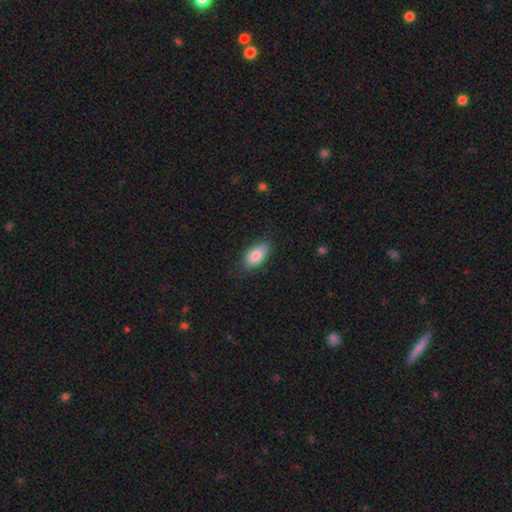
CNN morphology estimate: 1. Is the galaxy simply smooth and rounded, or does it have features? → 84% smooth, 10% featured or disk, 7% star or artifact.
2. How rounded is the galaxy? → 91% in between, 6% cigar-shaped, 3% round.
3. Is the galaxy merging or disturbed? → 82% none, 14% minor disturbance, 3% major disturbance, 1% merger.